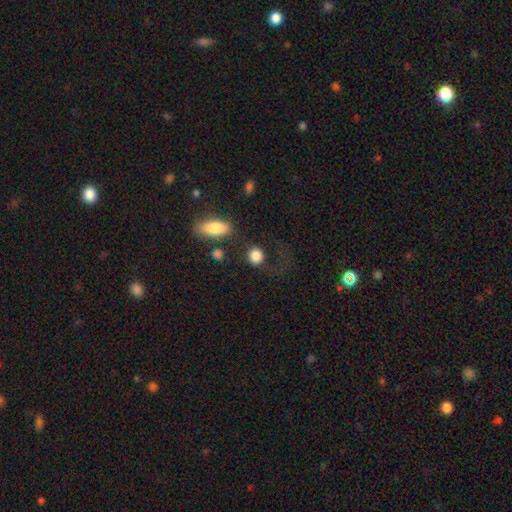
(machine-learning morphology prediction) A smooth galaxy with no disk features (85%) that is round (76%).

Vote fractions:
- Smooth or featured? smooth: 85% / star or artifact: 8% / featured or disk: 6%
- How rounded? round: 76% / in between: 22% / cigar-shaped: 2%
- Merging? none: 62% / minor disturbance: 16% / major disturbance: 15% / merger: 7%